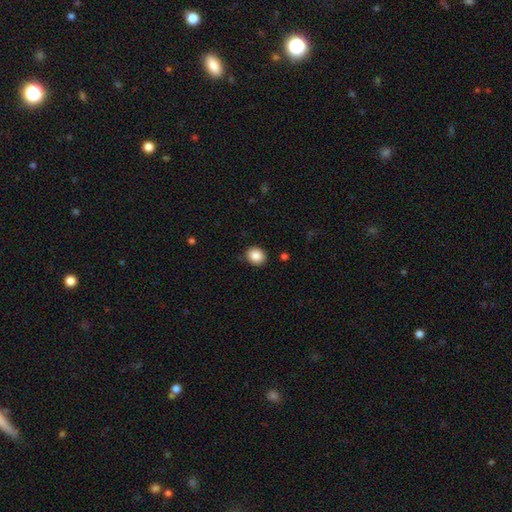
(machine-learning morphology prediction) Q: Smooth or featured?
A: smooth (87%); runner-up: star or artifact (9%)
Q: How rounded?
A: round (71%); runner-up: in between (28%)
Q: Merging?
A: none (88%); runner-up: minor disturbance (9%)